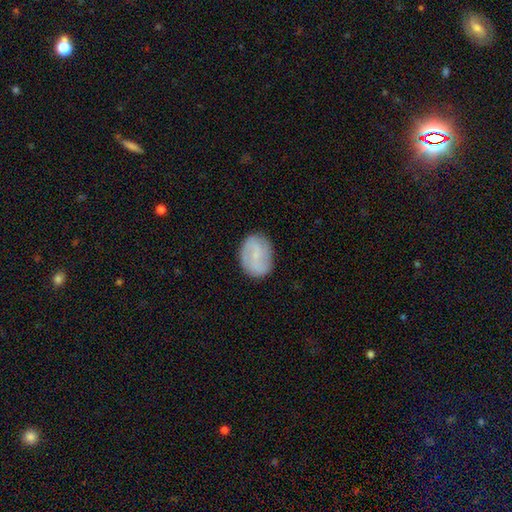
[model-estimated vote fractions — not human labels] smooth 48%, featured or disk 45%, star or artifact 7%. Down the decision tree: merging — none (81%).